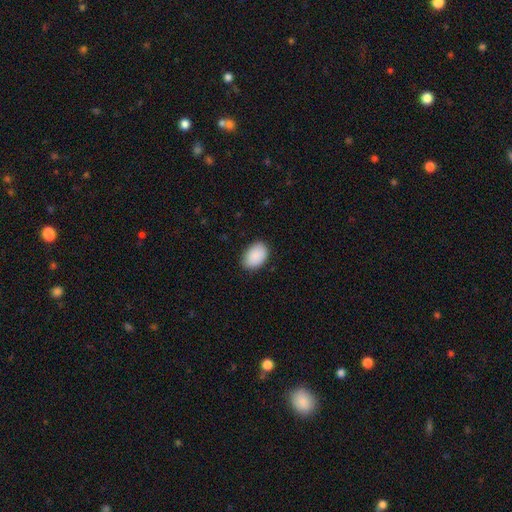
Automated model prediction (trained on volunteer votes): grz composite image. It shows a smooth galaxy with no disk features (91%) that is in between round and cigar-shaped (87%). Merging: none (84%).